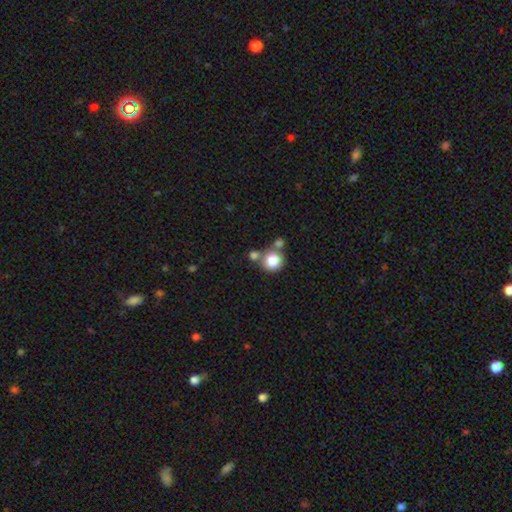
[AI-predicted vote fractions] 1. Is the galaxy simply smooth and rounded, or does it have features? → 80% smooth, 12% star or artifact, 8% featured or disk.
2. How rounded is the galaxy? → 90% round, 9% in between, 1% cigar-shaped.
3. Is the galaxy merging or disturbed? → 65% none, 22% merger, 10% minor disturbance, 4% major disturbance.